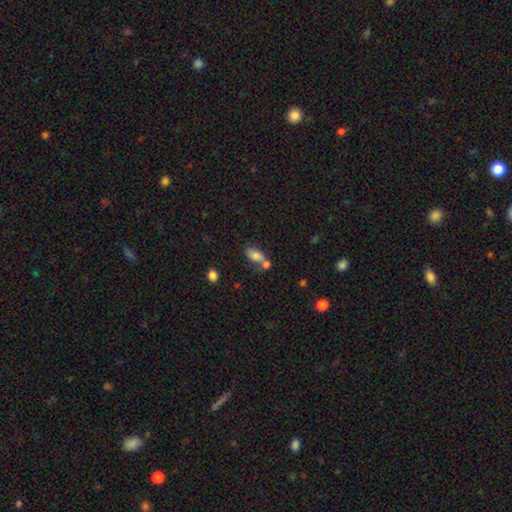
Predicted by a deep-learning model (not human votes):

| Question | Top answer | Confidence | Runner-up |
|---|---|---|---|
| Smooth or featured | smooth | 78% | featured or disk (13%) |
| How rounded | in between | 88% | round (6%) |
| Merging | merger | 45% | none (37%) |